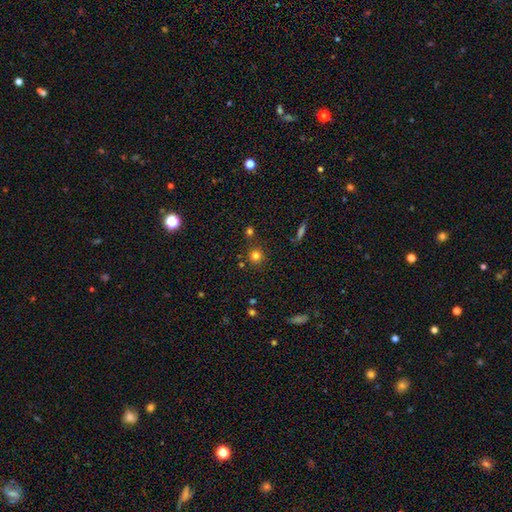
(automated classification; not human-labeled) smooth_or_featured: smooth (p=0.77) [alt: star or artifact p=0.16]
how_rounded: round (p=0.92) [alt: in between p=0.07]
merging: none (p=0.82) [alt: minor disturbance p=0.08]